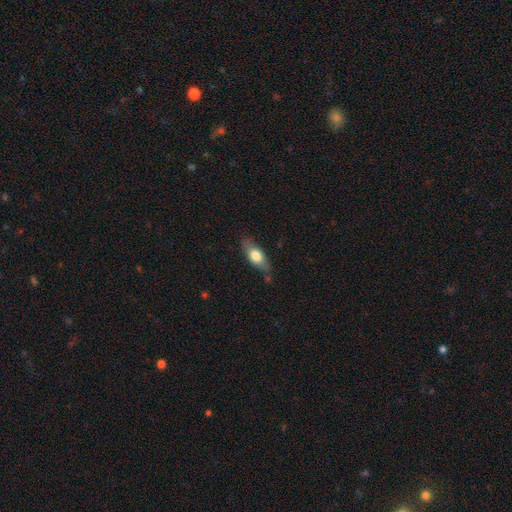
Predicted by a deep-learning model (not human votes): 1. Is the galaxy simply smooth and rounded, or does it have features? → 67% smooth, 27% featured or disk, 6% star or artifact.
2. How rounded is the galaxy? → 77% in between, 19% cigar-shaped, 4% round.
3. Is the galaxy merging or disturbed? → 75% none, 18% minor disturbance, 4% major disturbance, 3% merger.